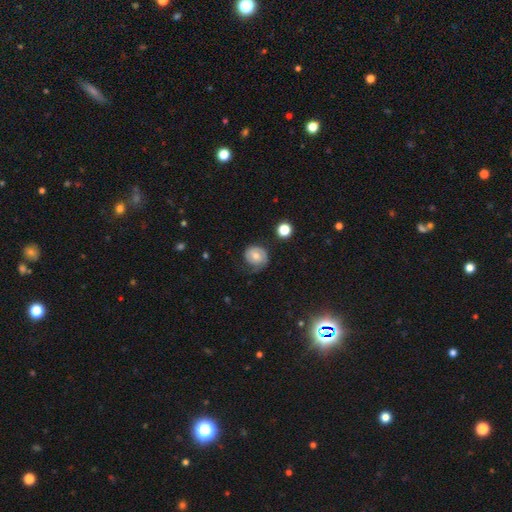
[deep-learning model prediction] Smooth or featured? Predicted: featured or disk (p=0.47). Merging? Predicted: none (p=0.59).